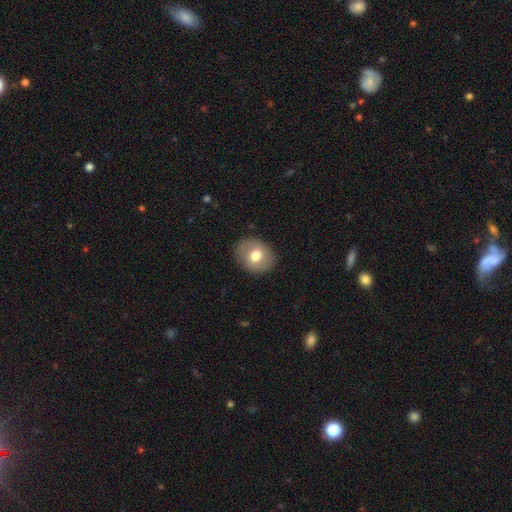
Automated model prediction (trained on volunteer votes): Q: Smooth or featured?
A: smooth (72%); runner-up: featured or disk (21%)
Q: How rounded?
A: round (56%); runner-up: in between (43%)
Q: Merging?
A: none (87%); runner-up: minor disturbance (9%)